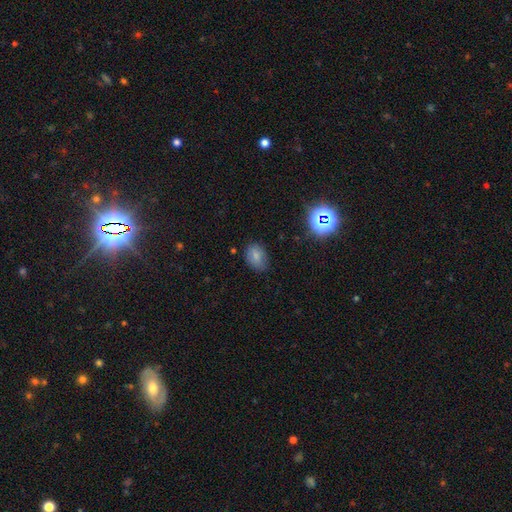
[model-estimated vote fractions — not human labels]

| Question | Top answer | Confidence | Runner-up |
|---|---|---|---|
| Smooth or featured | smooth | 77% | star or artifact (13%) |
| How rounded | in between | 76% | round (23%) |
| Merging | none | 74% | minor disturbance (20%) |